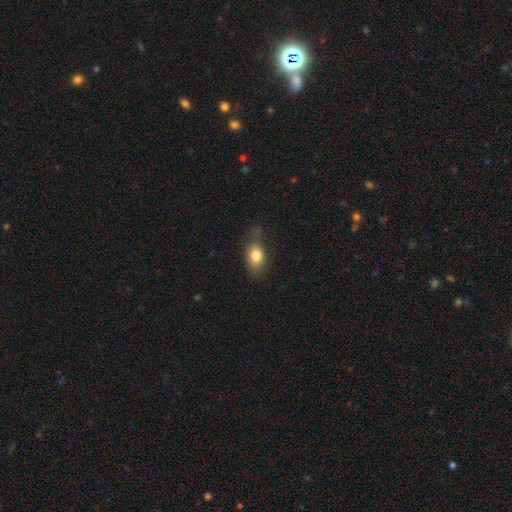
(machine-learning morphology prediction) This appears to be a smooth galaxy with no disk features (79%) that is in between round and cigar-shaped (84%). Merging: none (63%).